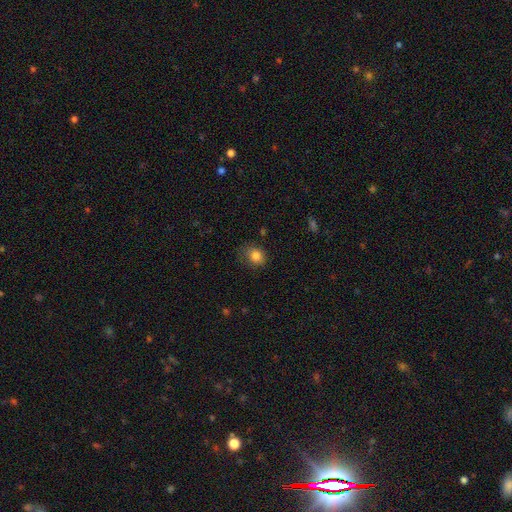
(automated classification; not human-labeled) smooth_or_featured: smooth (p=0.83) [alt: star or artifact p=0.11]
how_rounded: round (p=0.57) [alt: in between p=0.42]
merging: none (p=0.70) [alt: minor disturbance p=0.22]